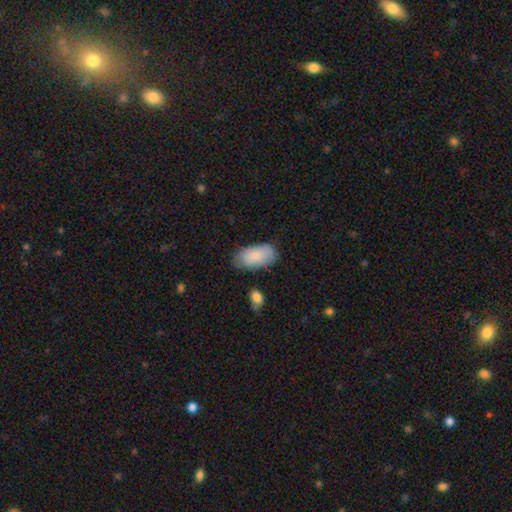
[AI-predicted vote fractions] Smooth or featured?
  - smooth: 80% *
  - featured or disk: 14%
  - star or artifact: 6%
How rounded?
  - in between: 95% *
  - round: 3%
  - cigar-shaped: 2%
Merging?
  - none: 69% *
  - minor disturbance: 23%
  - major disturbance: 5%
  - merger: 3%